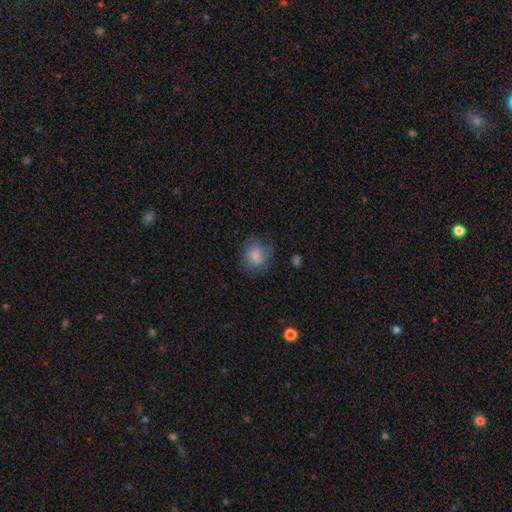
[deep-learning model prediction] smooth_or_featured: smooth (p=0.80) [alt: featured or disk p=0.11]
how_rounded: round (p=0.66) [alt: in between p=0.33]
merging: none (p=0.62) [alt: minor disturbance p=0.26]